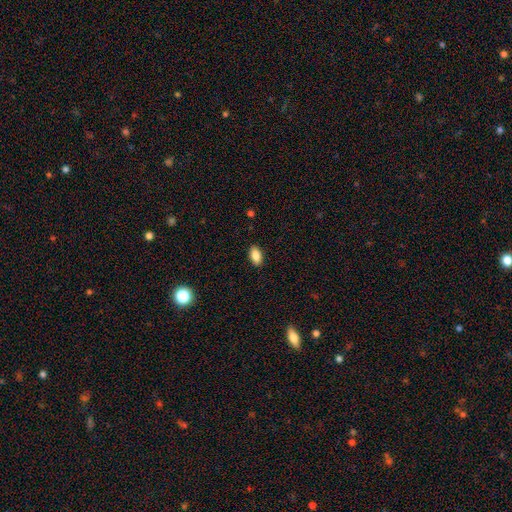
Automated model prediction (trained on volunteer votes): smooth-or-featured: smooth: 86% | star or artifact: 8% | featured or disk: 6%
  how-rounded: in between: 92% | round: 5% | cigar-shaped: 3%
  merging: none: 89% | minor disturbance: 8% | major disturbance: 2% | merger: 1%